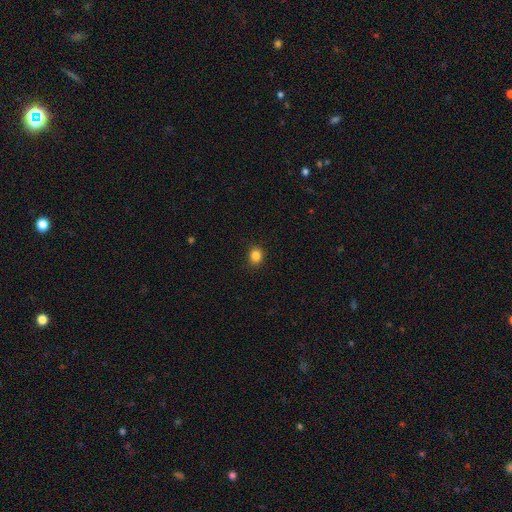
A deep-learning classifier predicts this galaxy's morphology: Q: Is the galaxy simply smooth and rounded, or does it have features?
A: smooth — 84%.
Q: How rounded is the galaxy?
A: round — 71%.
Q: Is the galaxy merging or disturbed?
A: none — 90%.